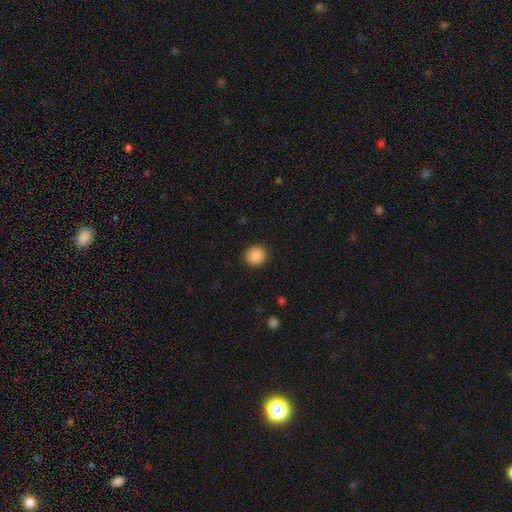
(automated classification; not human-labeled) smooth_or_featured: smooth (p=0.89) [alt: star or artifact p=0.09]
how_rounded: round (p=0.90) [alt: in between p=0.10]
merging: none (p=0.92) [alt: minor disturbance p=0.05]